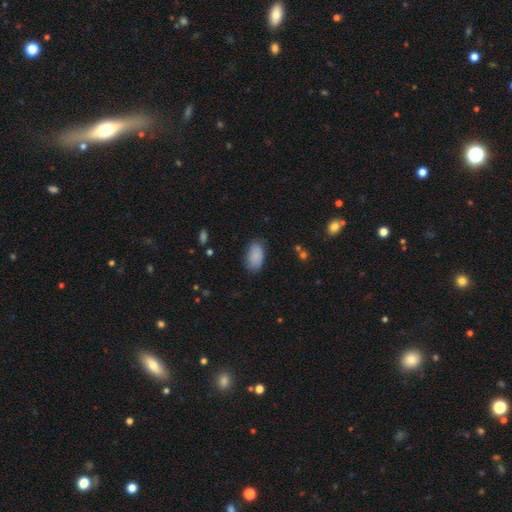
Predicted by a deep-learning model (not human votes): A smooth galaxy with no disk features (86%) that is in between round and cigar-shaped (94%).

Vote fractions:
- Smooth or featured? smooth: 86% / star or artifact: 7% / featured or disk: 7%
- How rounded? in between: 94% / round: 4% / cigar-shaped: 2%
- Merging? none: 78% / minor disturbance: 17% / major disturbance: 4% / merger: 1%